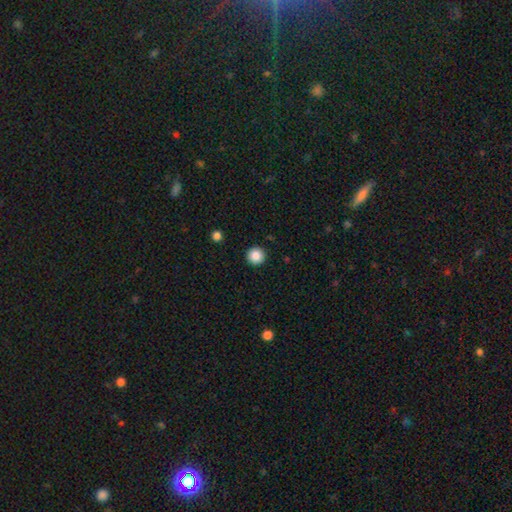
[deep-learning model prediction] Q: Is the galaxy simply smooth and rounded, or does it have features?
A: smooth — 87%.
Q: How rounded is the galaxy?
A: round — 96%.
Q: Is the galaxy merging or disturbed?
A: none — 93%.